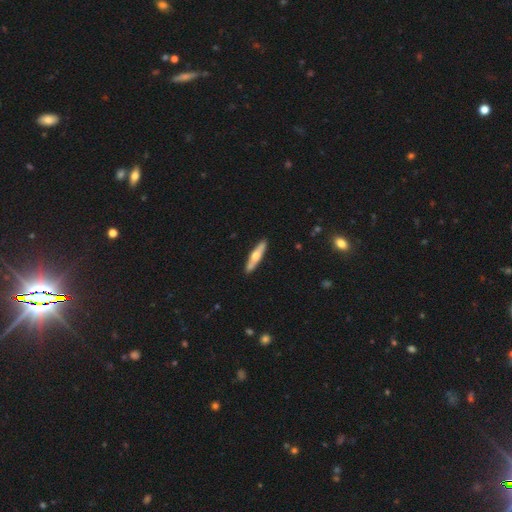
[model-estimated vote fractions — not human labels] Morphology: type=featured or disk (52%); edge-on=yes (90%); merging=none (89%).